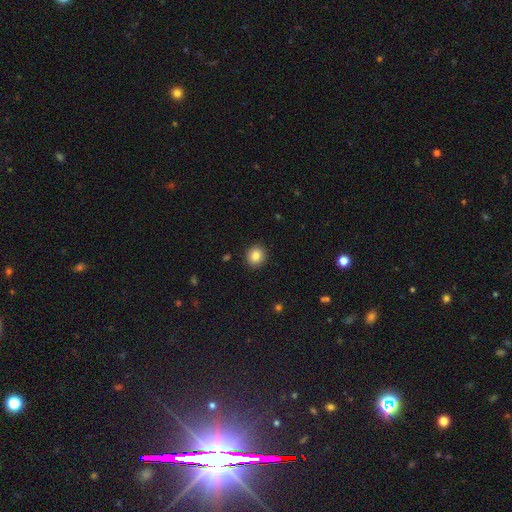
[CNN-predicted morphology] smooth-or-featured: smooth: 84% | star or artifact: 10% | featured or disk: 6%
  how-rounded: round: 86% | in between: 13% | cigar-shaped: 1%
  merging: none: 91% | minor disturbance: 6% | major disturbance: 2% | merger: 1%